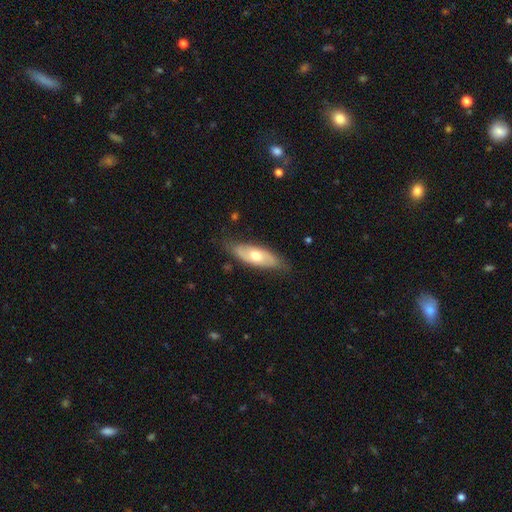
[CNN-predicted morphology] Smooth or featured?
  - featured or disk: 47% * (tied)
  - smooth: 47% * (tied)
  - star or artifact: 6%
Merging?
  - none: 79% *
  - minor disturbance: 17%
  - major disturbance: 3%
  - merger: 1%